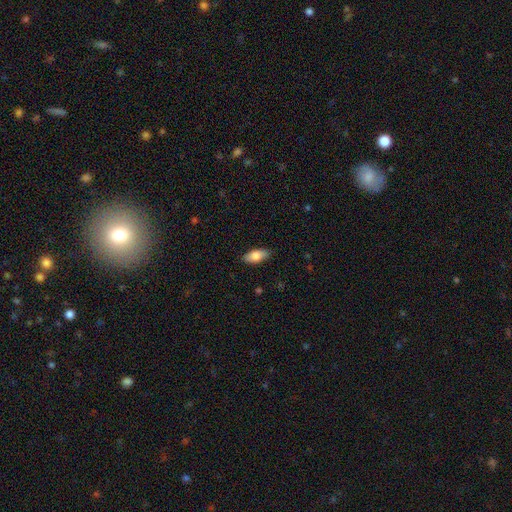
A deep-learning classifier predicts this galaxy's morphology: smooth 81%, featured or disk 13%, star or artifact 6%. Down the decision tree: how rounded — in between (86%); merging — none (86%).